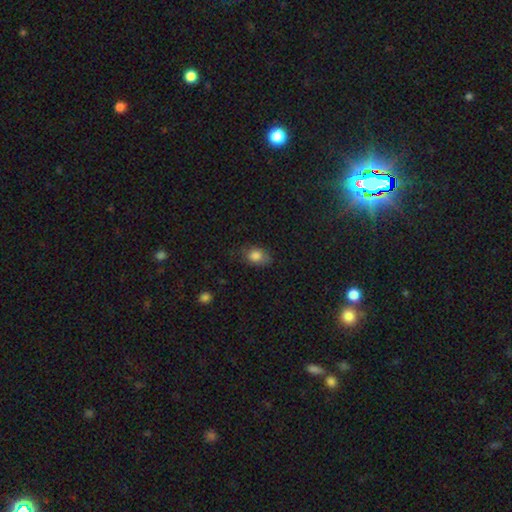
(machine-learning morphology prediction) Smooth or featured?
  - smooth: 82% *
  - star or artifact: 10%
  - featured or disk: 8%
How rounded?
  - in between: 69% *
  - round: 30%
  - cigar-shaped: 2%
Merging?
  - none: 66% *
  - minor disturbance: 25%
  - major disturbance: 7%
  - merger: 1%